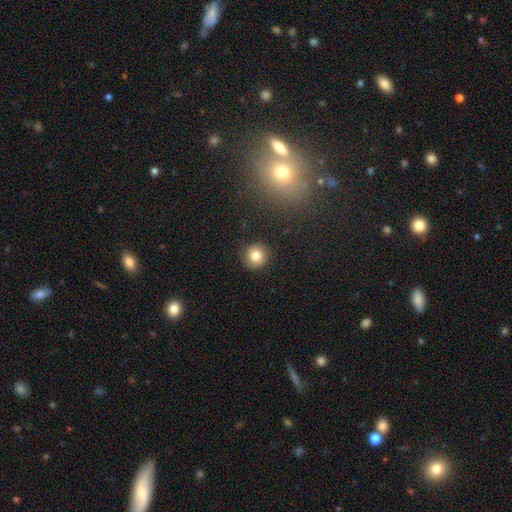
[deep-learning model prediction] This appears to be a smooth galaxy with no disk features (77%) that is round (91%). Merging: none (87%).